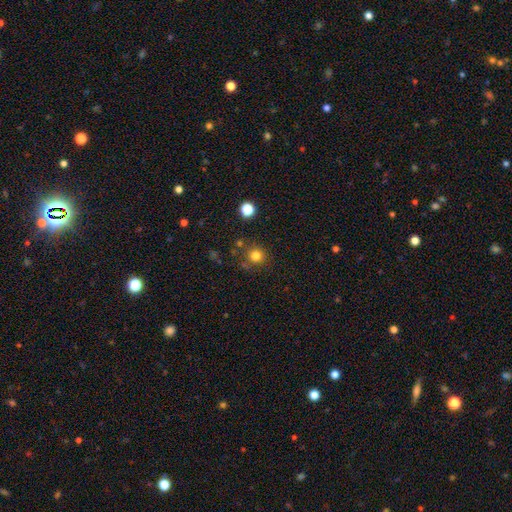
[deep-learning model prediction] A smooth galaxy with no disk features (79%) that is round (93%). Merging: none (81%).